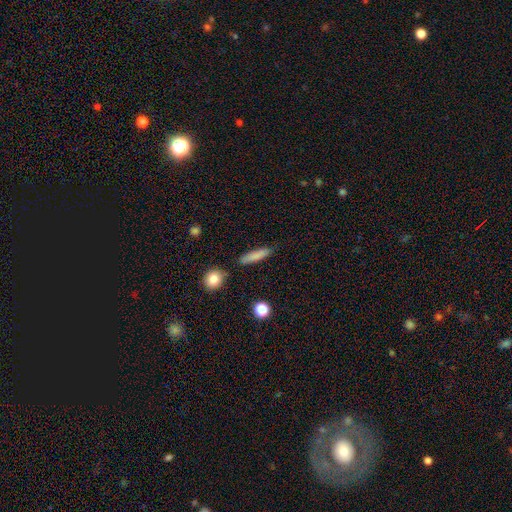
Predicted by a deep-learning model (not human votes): smooth-or-featured: smooth: 82% | featured or disk: 11% | star or artifact: 7%
  how-rounded: cigar-shaped: 79% | in between: 18% | round: 3%
  merging: none: 83% | minor disturbance: 11% | merger: 3% | major disturbance: 3%